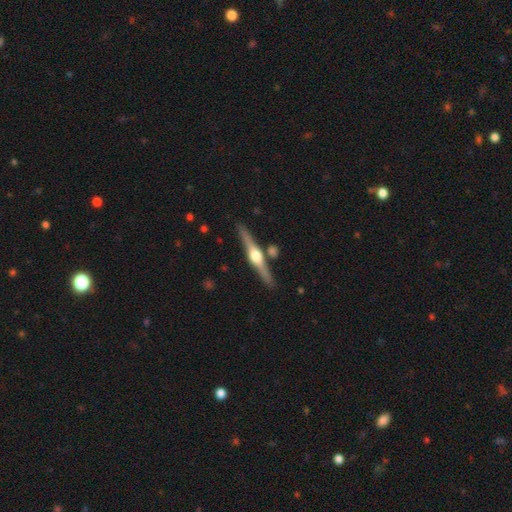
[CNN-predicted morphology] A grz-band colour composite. It shows a featured or disk galaxy (82%) viewed edge-on (98%) with a rounded central bulge (94%). Merging: none (85%).